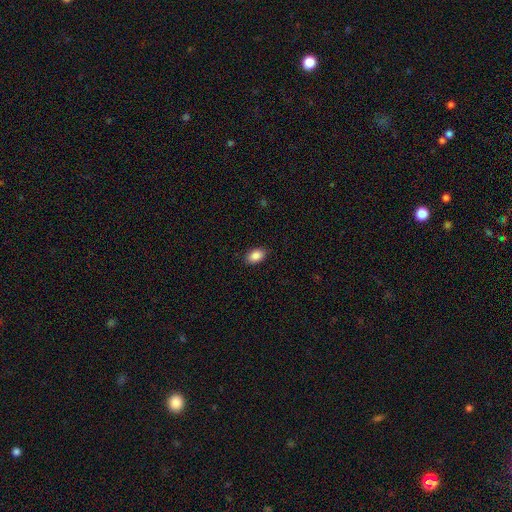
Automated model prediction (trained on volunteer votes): smooth-or-featured: smooth: 87% | star or artifact: 8% | featured or disk: 5%
  how-rounded: in between: 89% | round: 10% | cigar-shaped: 1%
  merging: none: 88% | minor disturbance: 9% | major disturbance: 2% | merger: 1%